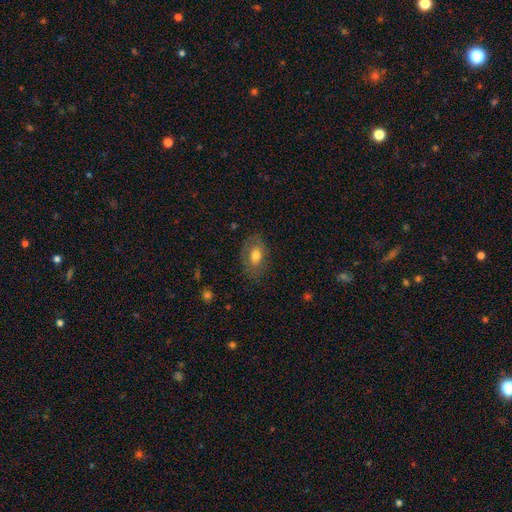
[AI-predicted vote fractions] Q: Smooth or featured?
A: smooth (62%); runner-up: featured or disk (30%)
Q: How rounded?
A: in between (85%); runner-up: round (14%)
Q: Merging?
A: none (73%); runner-up: minor disturbance (18%)